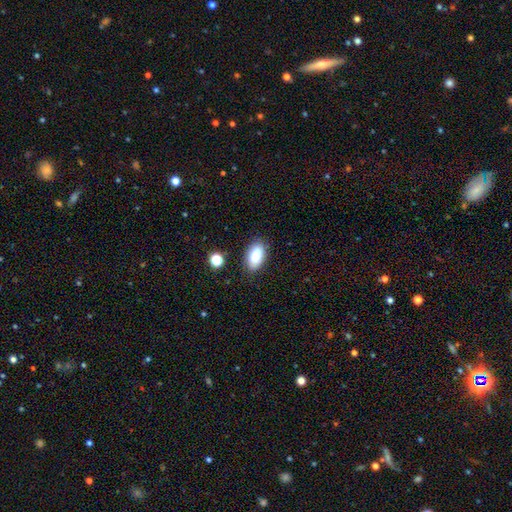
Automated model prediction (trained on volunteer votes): smooth 85%, star or artifact 8%, featured or disk 7%. Down the decision tree: how rounded — in between (93%); merging — none (84%).